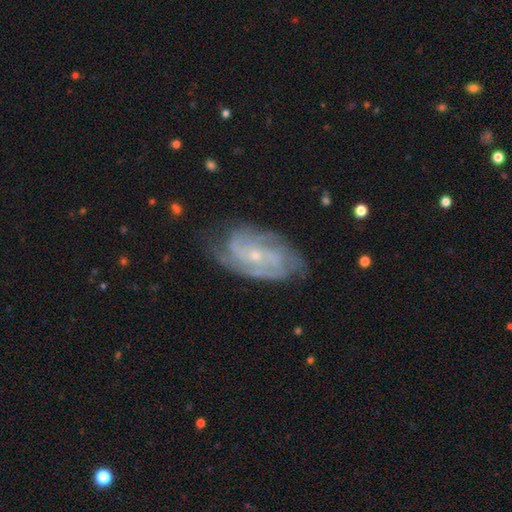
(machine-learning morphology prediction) This appears to be a featured or disk galaxy (85%) with no bar (62%), 2 (31%) tight (51%) spiral arms (96%) and a small central bulge (73%). Merging: none (70%).